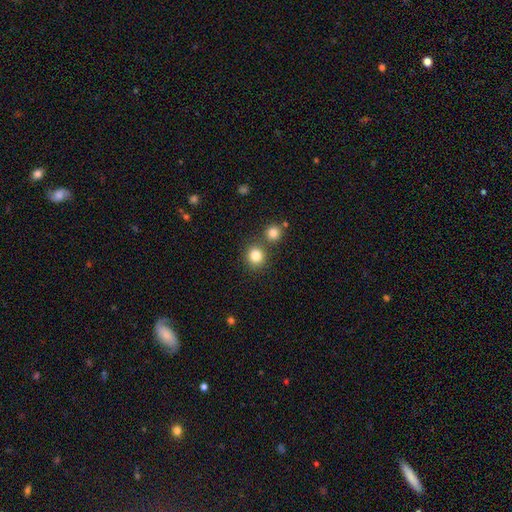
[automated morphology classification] A smooth galaxy with no disk features (83%) that is round (89%). Merging: none (75%).